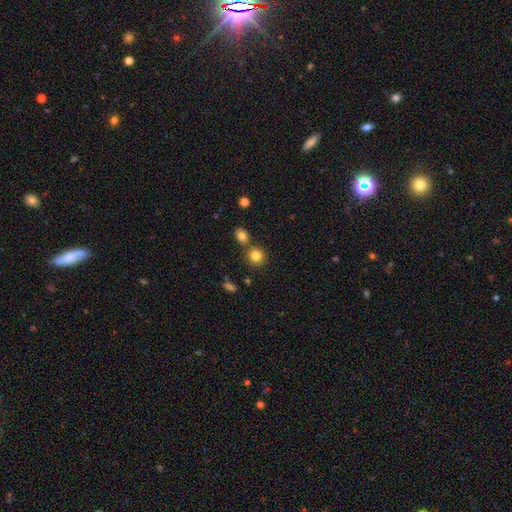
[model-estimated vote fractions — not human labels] A smooth galaxy with no disk features (82%) that is round (86%). Merging: none (69%).